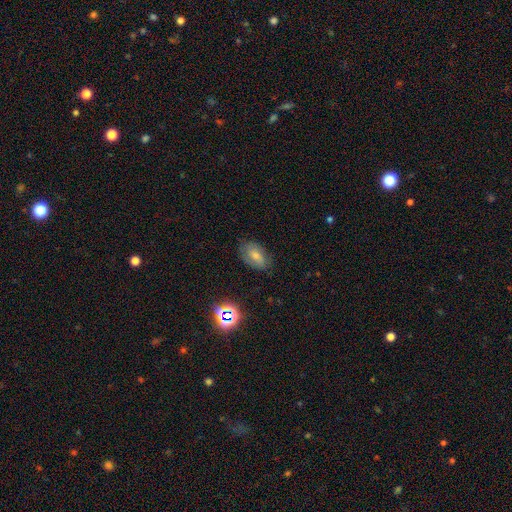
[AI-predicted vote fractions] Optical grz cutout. It shows a smooth galaxy with no disk features (57%) that is in between round and cigar-shaped (88%). Merging: none (74%).